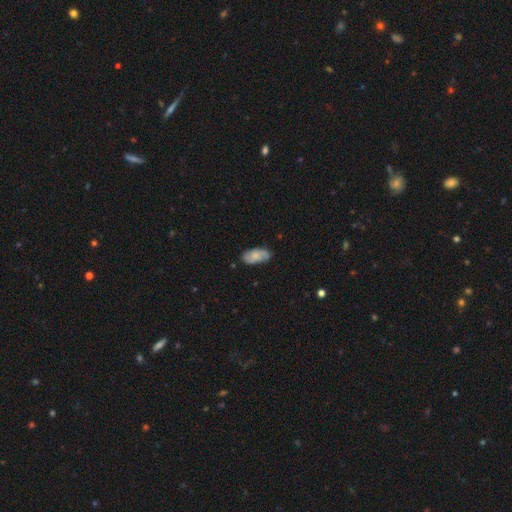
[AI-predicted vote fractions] smooth 54%, featured or disk 39%, star or artifact 7%. Down the decision tree: how rounded — in between (92%); merging — none (73%).